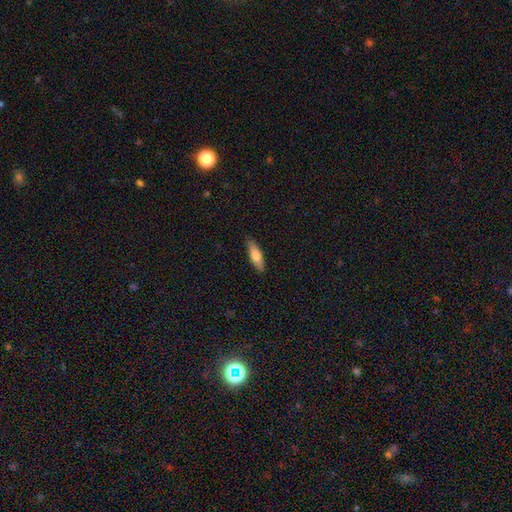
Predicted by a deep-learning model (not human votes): smooth_or_featured: smooth (p=0.75) [alt: featured or disk p=0.19]
how_rounded: in between (p=0.49) [tied with: cigar-shaped p=0.49]
merging: none (p=0.86) [alt: minor disturbance p=0.11]